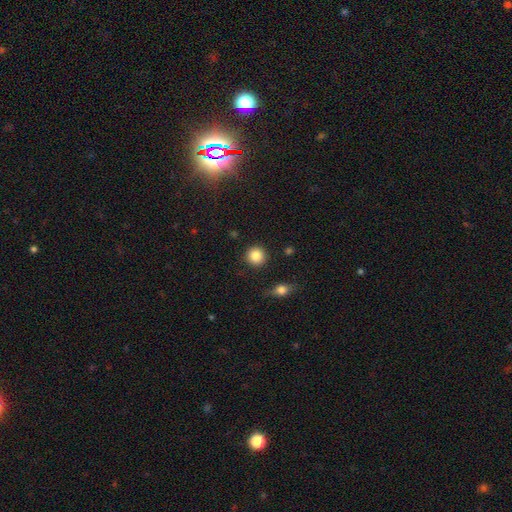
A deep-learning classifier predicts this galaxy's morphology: Smooth or featured: smooth — 85% (star or artifact — 10%)
How rounded: round — 93% (in between — 6%)
Merging: none — 90% (minor disturbance — 6%)